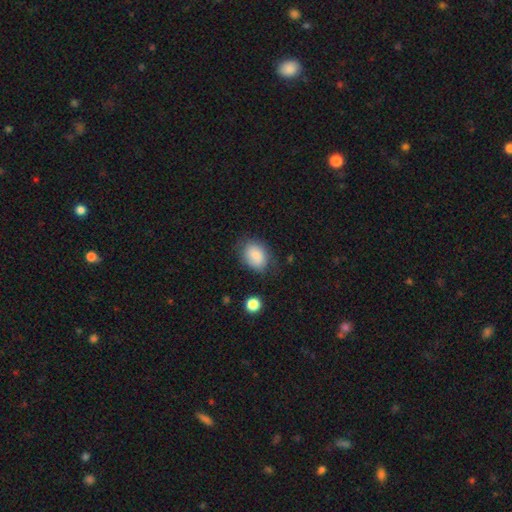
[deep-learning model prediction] Smooth or featured? Predicted: smooth (p=0.81). How rounded? Predicted: in between (p=0.70). Merging? Predicted: none (p=0.71).